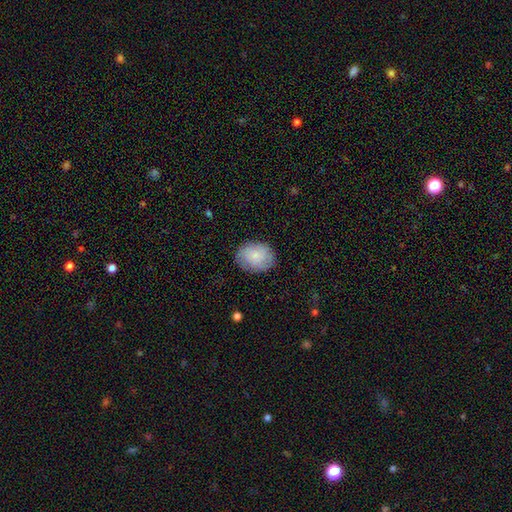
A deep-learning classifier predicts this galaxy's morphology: Smooth or featured?
  - smooth: 65% *
  - featured or disk: 28%
  - star or artifact: 8%
How rounded?
  - in between: 56% *
  - round: 43%
  - cigar-shaped: 1%
Merging?
  - none: 79% *
  - minor disturbance: 16%
  - major disturbance: 4%
  - merger: 1%